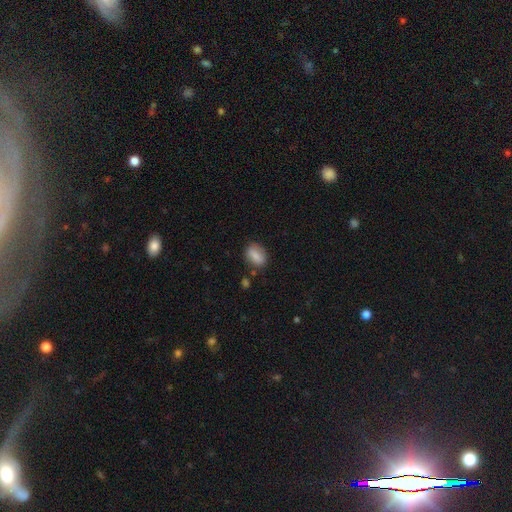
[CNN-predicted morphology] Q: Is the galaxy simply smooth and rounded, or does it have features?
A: smooth — 82%.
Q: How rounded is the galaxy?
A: in between — 79%.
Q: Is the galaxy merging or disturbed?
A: none — 76%.